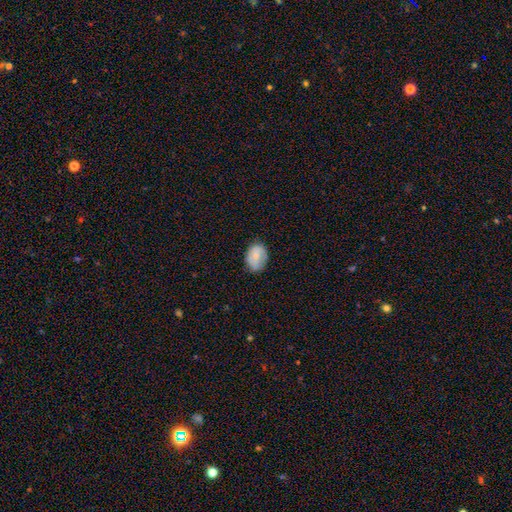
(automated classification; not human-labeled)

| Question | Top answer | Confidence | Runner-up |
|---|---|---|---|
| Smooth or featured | smooth | 77% | featured or disk (16%) |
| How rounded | in between | 70% | round (29%) |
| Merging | none | 71% | minor disturbance (23%) |